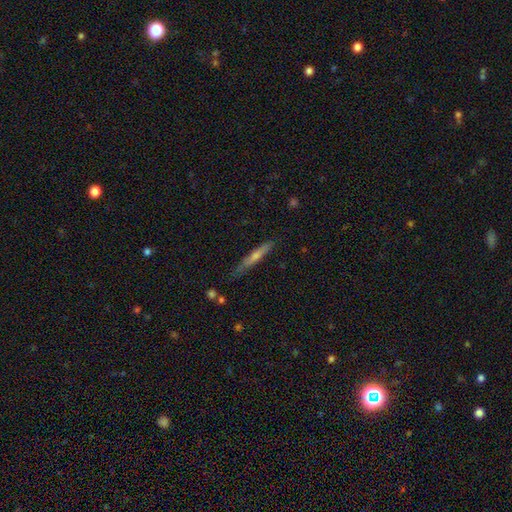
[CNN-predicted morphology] featured or disk 48%, smooth 45%, star or artifact 7%. Down the decision tree: merging — none (82%).